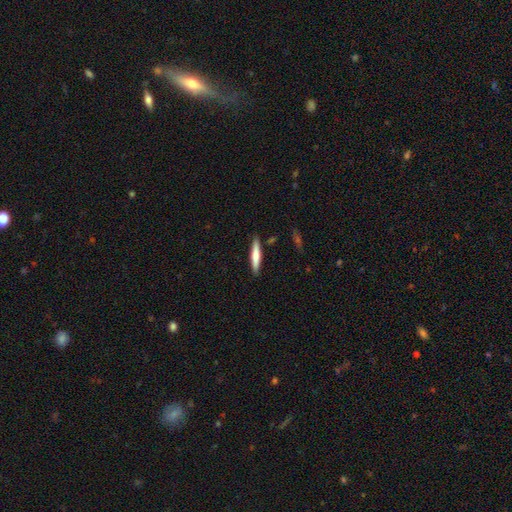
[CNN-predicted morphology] This appears to be a smooth galaxy with no disk features (62%) that is cigar-shaped (90%). Merging: none (88%).